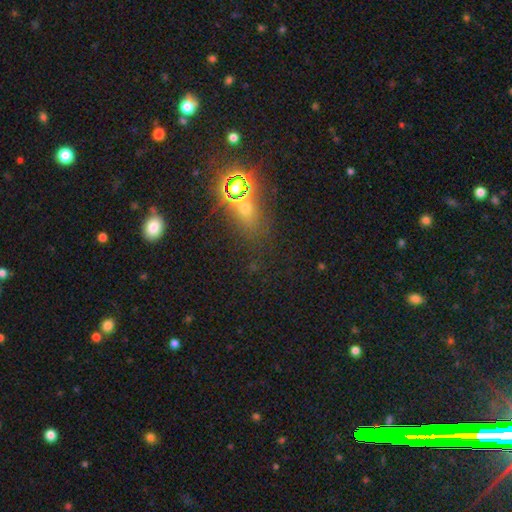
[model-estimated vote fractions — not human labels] Smooth or featured? Predicted: star or artifact (p=0.51).